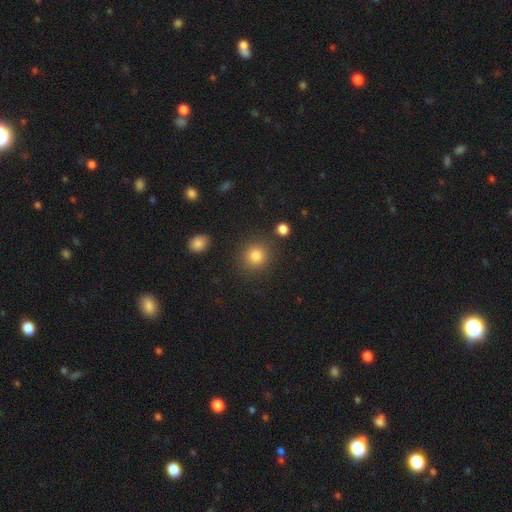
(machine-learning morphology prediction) Smooth or featured?
  - smooth: 83% *
  - star or artifact: 11%
  - featured or disk: 6%
How rounded?
  - round: 88% *
  - in between: 11%
  - cigar-shaped: 1%
Merging?
  - none: 86% *
  - minor disturbance: 8%
  - merger: 4%
  - major disturbance: 3%